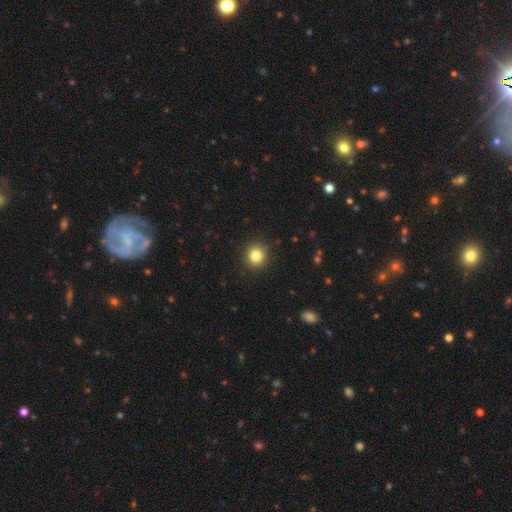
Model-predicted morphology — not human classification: A smooth galaxy with no disk features (83%) that is round (91%). Merging: none (91%).